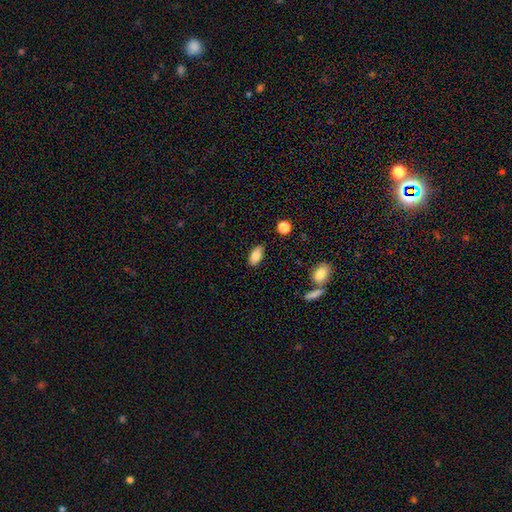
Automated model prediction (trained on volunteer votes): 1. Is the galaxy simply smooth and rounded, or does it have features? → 84% smooth, 8% star or artifact, 8% featured or disk.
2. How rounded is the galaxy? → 89% in between, 7% cigar-shaped, 4% round.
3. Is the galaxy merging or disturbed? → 86% none, 10% minor disturbance, 2% major disturbance, 2% merger.